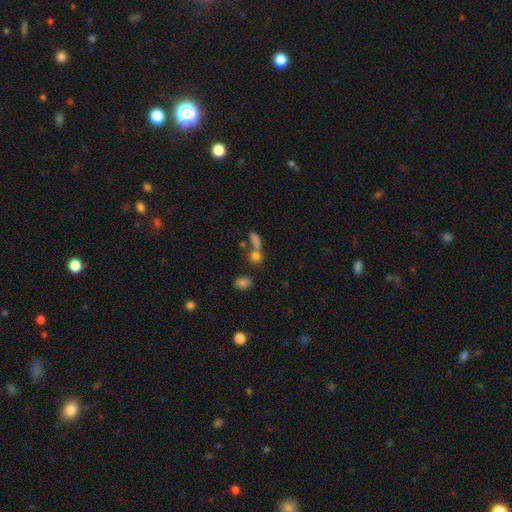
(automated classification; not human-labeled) Smooth or featured?
  - smooth: 77% *
  - star or artifact: 14%
  - featured or disk: 9%
How rounded?
  - round: 50% *
  - in between: 41%
  - cigar-shaped: 10%
Merging?
  - none: 50% *
  - merger: 35%
  - minor disturbance: 9%
  - major disturbance: 6%